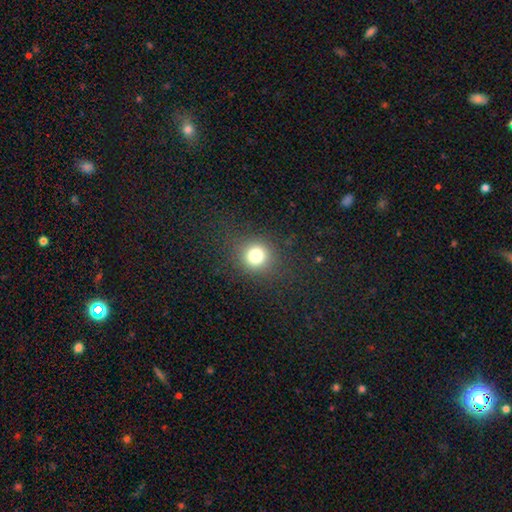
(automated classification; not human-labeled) A smooth galaxy with no disk features (78%) that is round (90%). Merging: none (87%).